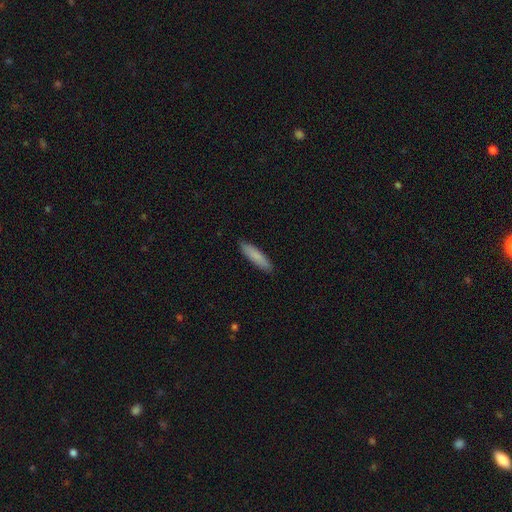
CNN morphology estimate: The model was most divided on "how rounded": cigar-shaped: 79%, in between: 20%, round: 1%. More confident: merging — none (90%); smooth or featured — smooth (85%).